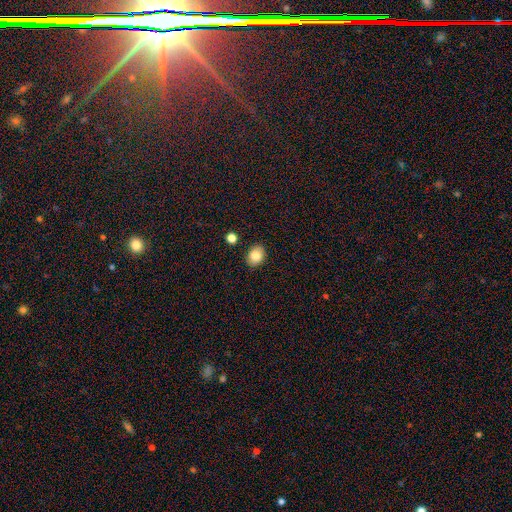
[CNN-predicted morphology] This appears to be a smooth galaxy with no disk features (85%) that is in between round and cigar-shaped (62%). Merging: none (87%).